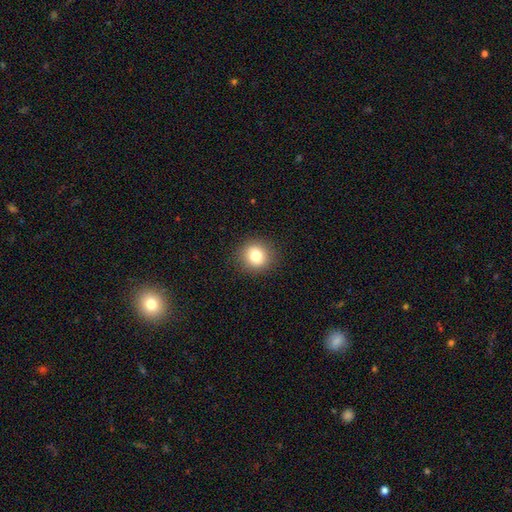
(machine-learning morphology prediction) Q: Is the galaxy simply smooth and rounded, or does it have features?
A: smooth — 80%.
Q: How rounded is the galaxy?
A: round — 88%.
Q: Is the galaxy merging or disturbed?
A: none — 91%.